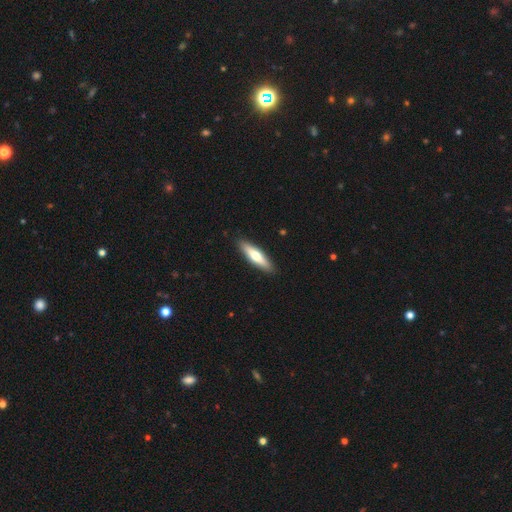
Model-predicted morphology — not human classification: smooth 59%, featured or disk 36%, star or artifact 5%. Down the decision tree: how rounded — cigar-shaped (72%); merging — none (90%).